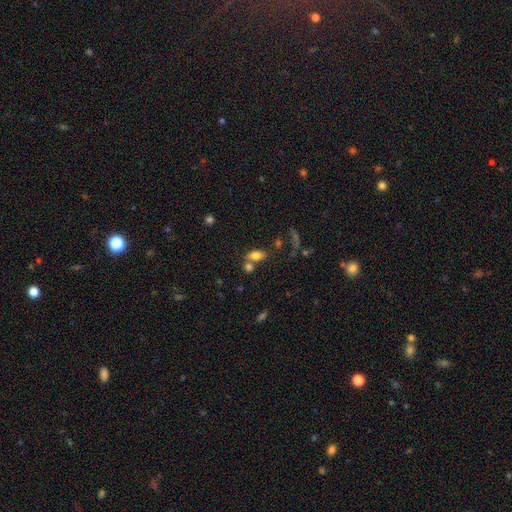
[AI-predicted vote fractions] This appears to be a smooth galaxy with no disk features (78%) that is in between round and cigar-shaped (85%). Merging: none (51%).